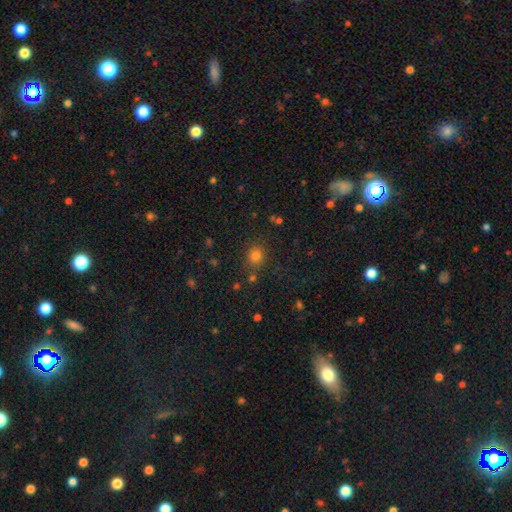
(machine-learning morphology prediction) smooth-or-featured: smooth: 77% | star or artifact: 17% | featured or disk: 6%
  how-rounded: round: 85% | in between: 14% | cigar-shaped: 1%
  merging: none: 81% | minor disturbance: 10% | merger: 5% | major disturbance: 4%